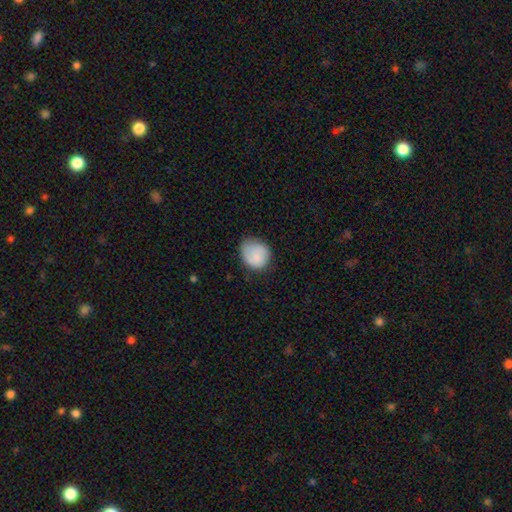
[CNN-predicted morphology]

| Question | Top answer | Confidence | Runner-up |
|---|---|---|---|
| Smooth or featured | smooth | 82% | featured or disk (11%) |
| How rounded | round | 69% | in between (30%) |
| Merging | none | 63% | minor disturbance (29%) |